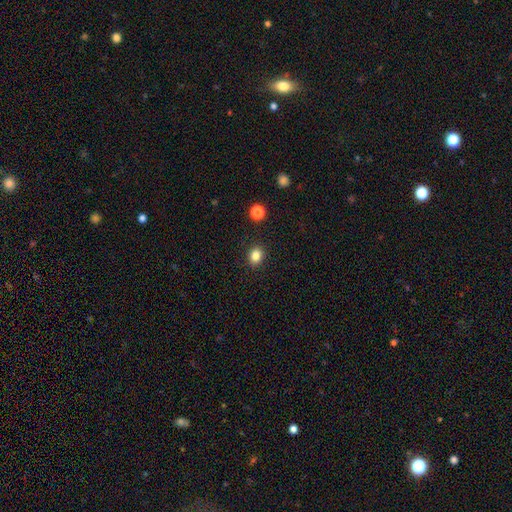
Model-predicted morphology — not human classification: smooth 84%, star or artifact 11%, featured or disk 5%. Down the decision tree: how rounded — in between (50%); merging — none (89%).